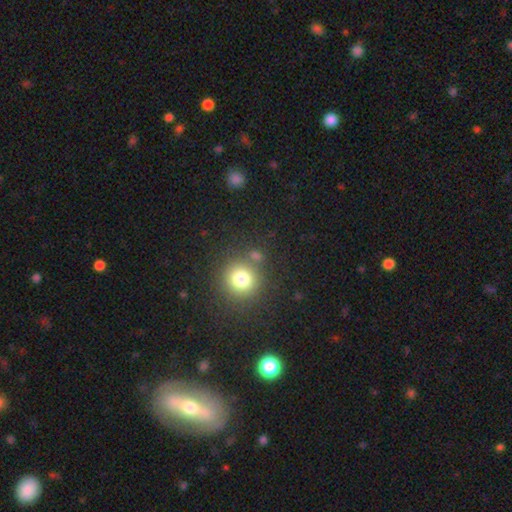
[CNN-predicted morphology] This appears to be a smooth galaxy with no disk features (77%) that is round (91%). Merging: none (79%).